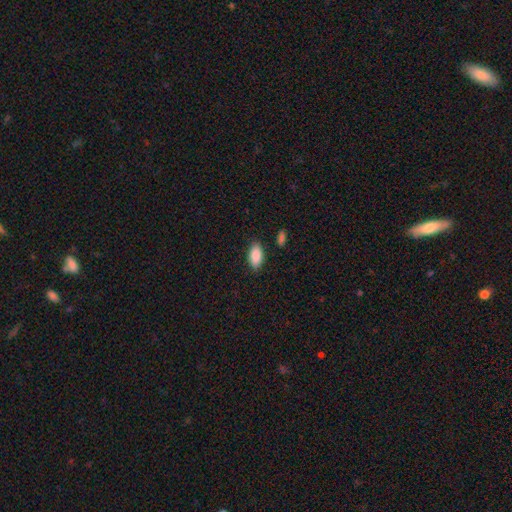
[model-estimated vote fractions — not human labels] Smooth or featured?
  - smooth: 89% *
  - star or artifact: 7%
  - featured or disk: 4%
How rounded?
  - in between: 92% *
  - cigar-shaped: 5%
  - round: 3%
Merging?
  - none: 85% *
  - minor disturbance: 10%
  - major disturbance: 2%
  - merger: 2%